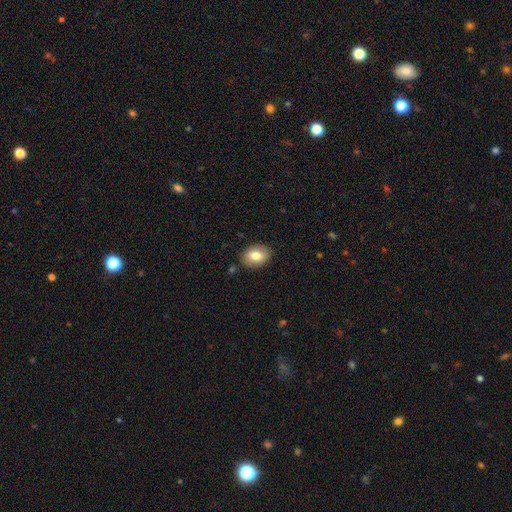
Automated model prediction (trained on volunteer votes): smooth_or_featured: smooth (p=0.76) [alt: featured or disk p=0.16]
how_rounded: in between (p=0.76) [alt: round p=0.23]
merging: none (p=0.87) [alt: minor disturbance p=0.10]